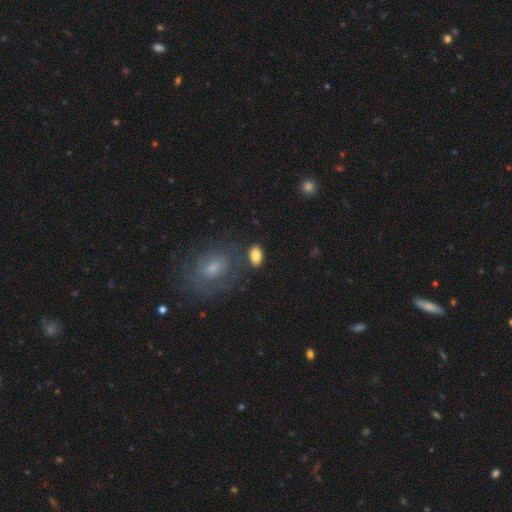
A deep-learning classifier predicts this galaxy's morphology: Q: Smooth or featured?
A: smooth (81%); runner-up: featured or disk (11%)
Q: How rounded?
A: in between (88%); runner-up: round (10%)
Q: Merging?
A: none (74%); runner-up: minor disturbance (14%)